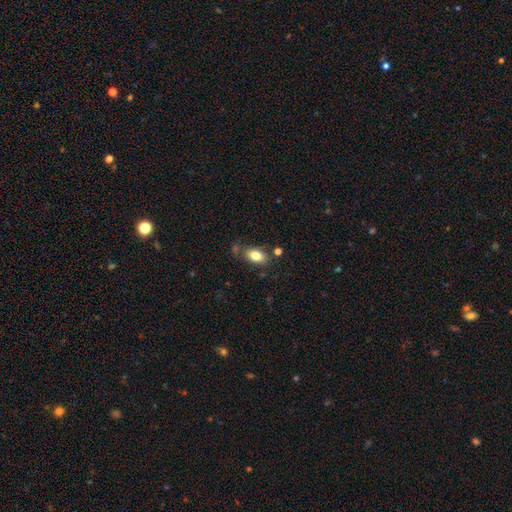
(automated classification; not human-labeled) Smooth or featured? smooth (81%)
How rounded? in between (87%)
Merging? none (70%)